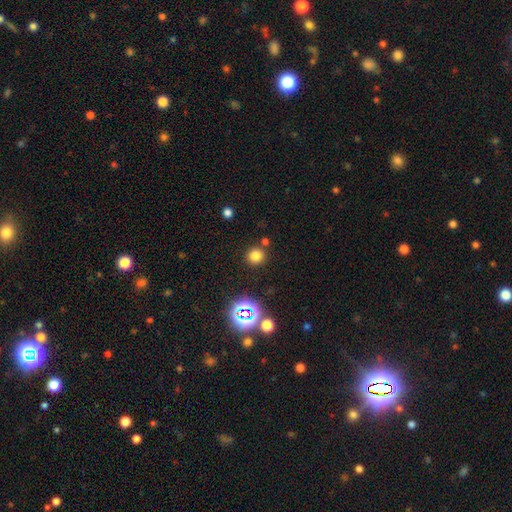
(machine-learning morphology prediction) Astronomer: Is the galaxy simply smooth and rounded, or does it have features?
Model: smooth — 74%.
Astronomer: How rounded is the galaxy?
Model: round — 91%.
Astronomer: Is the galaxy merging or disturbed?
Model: none — 83%.